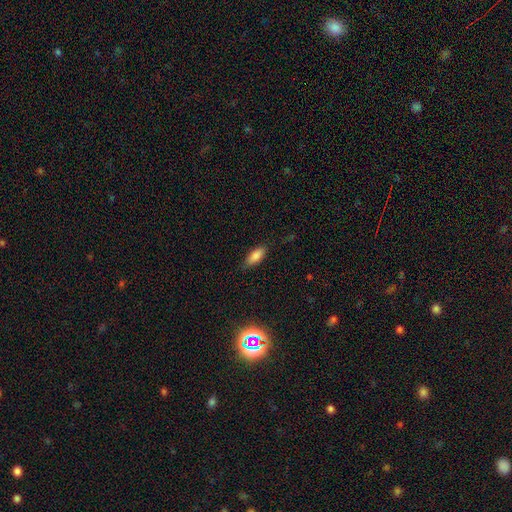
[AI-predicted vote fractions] smooth 84%, featured or disk 8%, star or artifact 8%. Down the decision tree: how rounded — in between (79%); merging — none (81%).